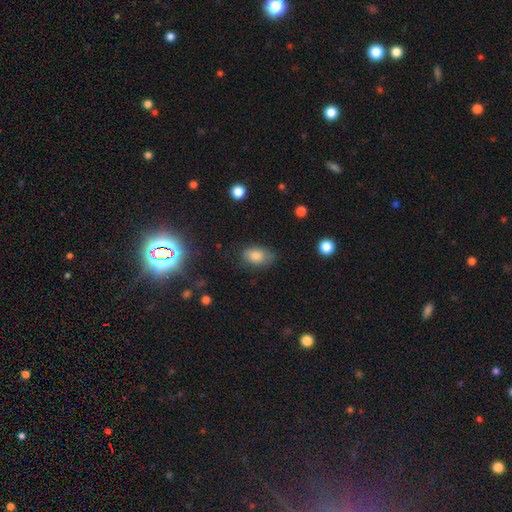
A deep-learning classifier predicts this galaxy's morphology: Smooth or featured?
  - smooth: 79% *
  - star or artifact: 12%
  - featured or disk: 9%
How rounded?
  - in between: 87% *
  - round: 12%
  - cigar-shaped: 2%
Merging?
  - none: 71% *
  - minor disturbance: 21%
  - major disturbance: 6%
  - merger: 2%